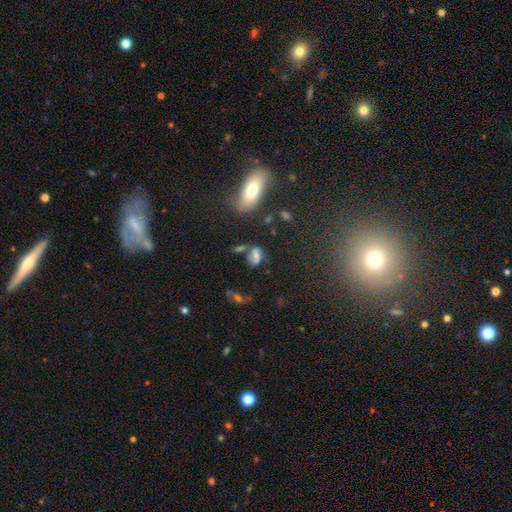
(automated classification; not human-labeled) Q: Smooth or featured?
A: smooth (63%); runner-up: featured or disk (19%)
Q: How rounded?
A: in between (78%); runner-up: round (17%)
Q: Merging?
A: none (48%); runner-up: merger (22%)